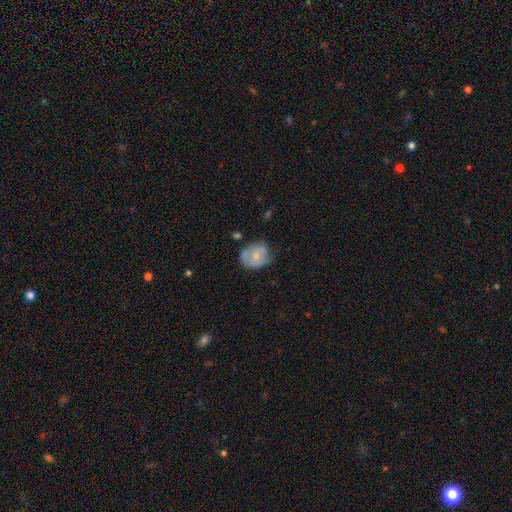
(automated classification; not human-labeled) Smooth or featured? smooth (59%)
How rounded? round (50%)
Merging? none (48%)